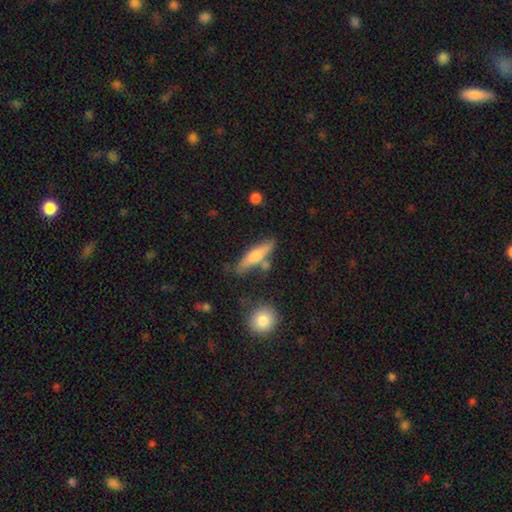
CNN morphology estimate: The model was most divided on "smooth or featured": smooth: 59%, featured or disk: 35%, star or artifact: 6%. More confident: how rounded — cigar-shaped (73%); merging — none (68%).